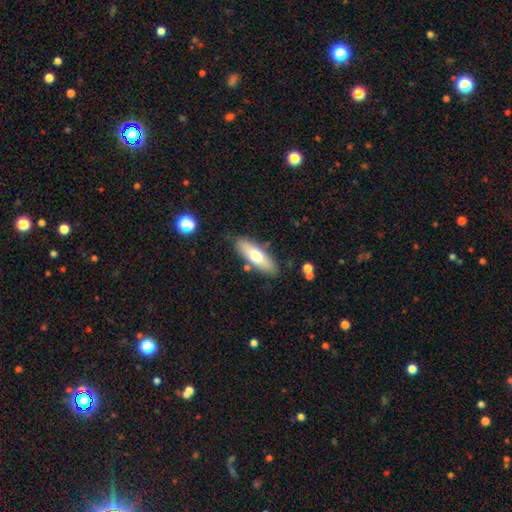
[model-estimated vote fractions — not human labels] Q: Smooth or featured?
A: smooth (65%); runner-up: featured or disk (29%)
Q: How rounded?
A: in between (55%); runner-up: cigar-shaped (43%)
Q: Merging?
A: none (83%); runner-up: minor disturbance (11%)